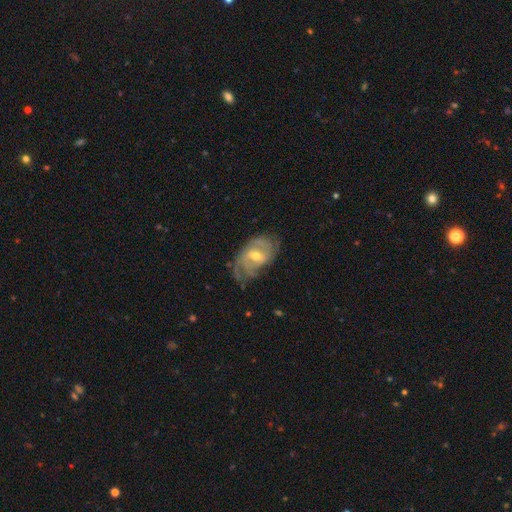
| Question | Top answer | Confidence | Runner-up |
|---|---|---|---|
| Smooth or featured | featured or disk | 87% | smooth (10%) |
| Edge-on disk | no | 97% | yes (3%) |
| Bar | weak | 42% | no (39%) |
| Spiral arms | yes | 91% | no (9%) |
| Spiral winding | tight | 50% | medium (43%) |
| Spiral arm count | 3 | 37% | can't tell (33%) |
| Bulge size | moderate | 58% | small (39%) |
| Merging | none | 55% | minor disturbance (29%) |